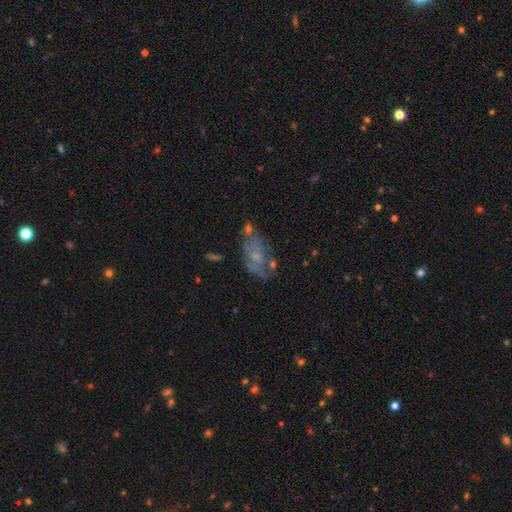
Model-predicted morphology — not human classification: Smooth or featured: featured or disk — 51% (smooth — 34%)
Edge-on disk: no — 93% (yes — 7%)
Merging: none — 44% (minor disturbance — 23%)